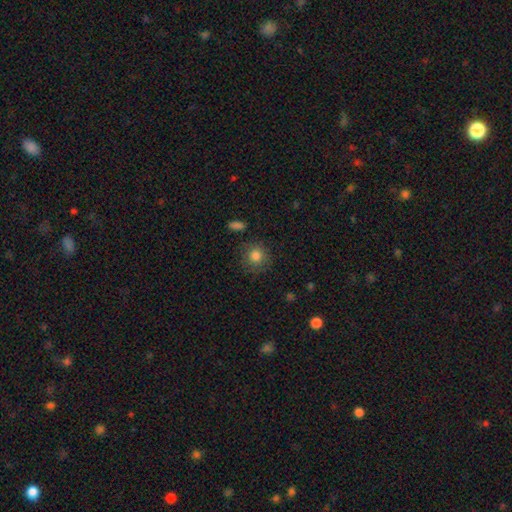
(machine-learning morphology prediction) Smooth or featured? Predicted: smooth (p=0.83). How rounded? Predicted: round (p=0.91). Merging? Predicted: none (p=0.82).